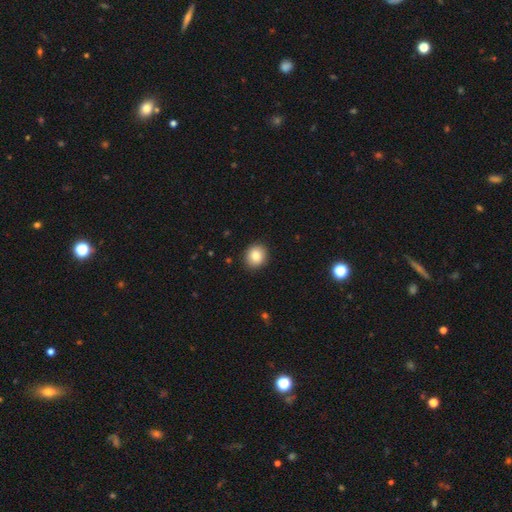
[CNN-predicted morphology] type=smooth (84%); roundness=round (83%); merging=none (91%).